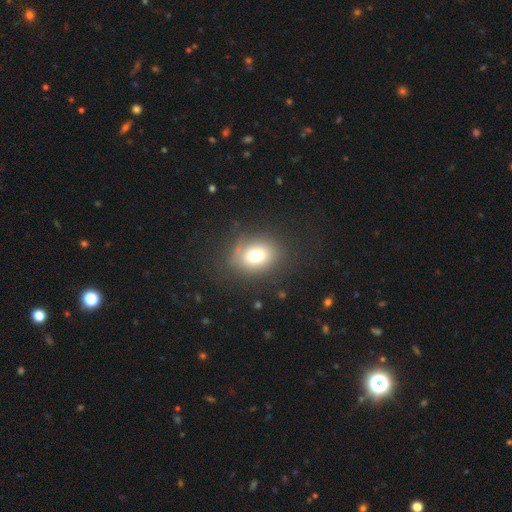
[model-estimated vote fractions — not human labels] A smooth galaxy with no disk features (73%) that is round (51%). Merging: none (77%).